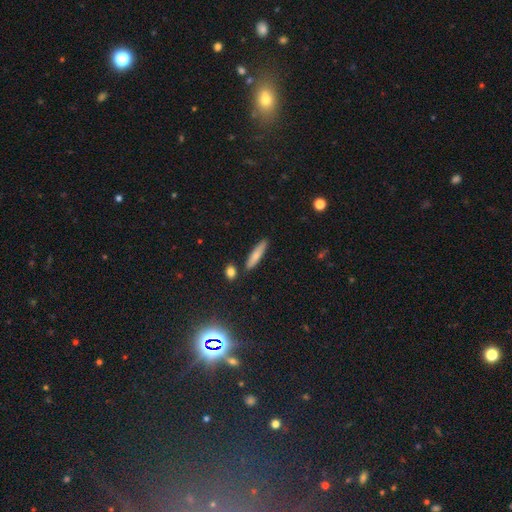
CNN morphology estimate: Smooth or featured? Predicted: smooth (p=0.72). How rounded? Predicted: cigar-shaped (p=0.81). Merging? Predicted: none (p=0.84).